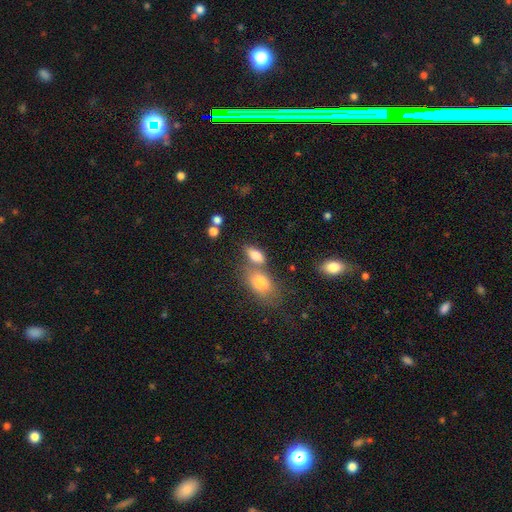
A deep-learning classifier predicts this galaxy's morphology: smooth_or_featured: smooth (p=0.76) [alt: featured or disk p=0.14]
how_rounded: in between (p=0.85) [alt: cigar-shaped p=0.08]
merging: none (p=0.47) [alt: merger p=0.36]